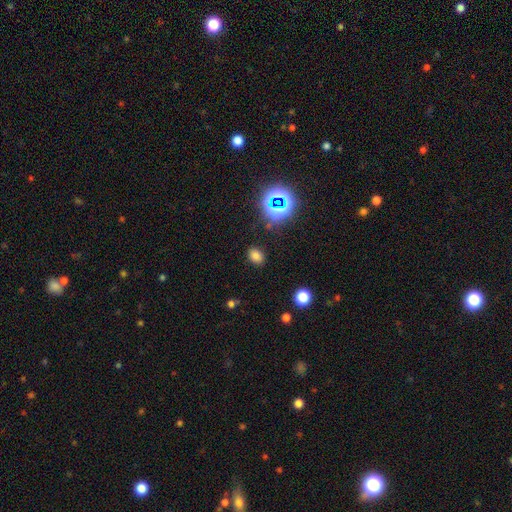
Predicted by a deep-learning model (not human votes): smooth-or-featured: smooth: 70% | star or artifact: 23% | featured or disk: 7%
  how-rounded: in between: 68% | round: 30% | cigar-shaped: 1%
  merging: none: 85% | minor disturbance: 10% | major disturbance: 3% | merger: 2%